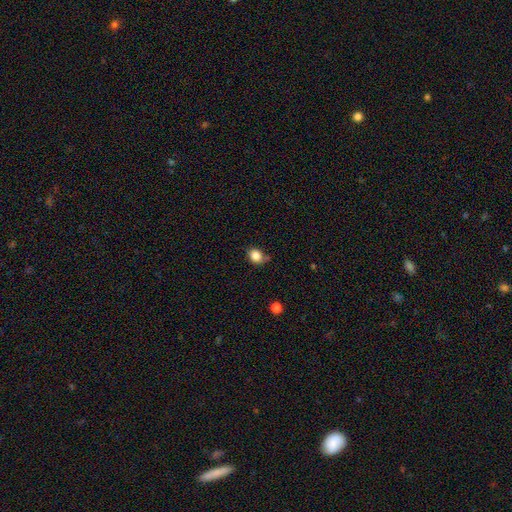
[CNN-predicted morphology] The model was most divided on "how rounded": round: 63%, in between: 36%, cigar-shaped: 1%. More confident: smooth or featured — smooth (85%); merging — none (61%).